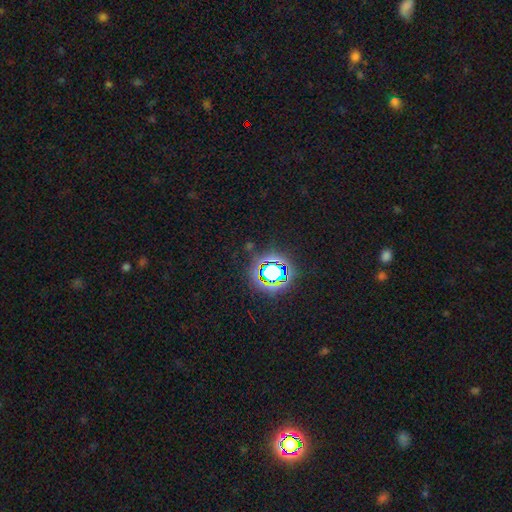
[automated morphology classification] Overall: star or artifact (80%).